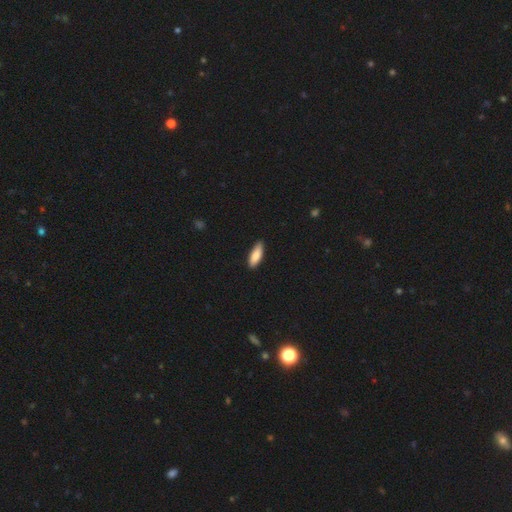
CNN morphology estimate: Smooth or featured? smooth (84%)
How rounded? in between (59%)
Merging? none (85%)